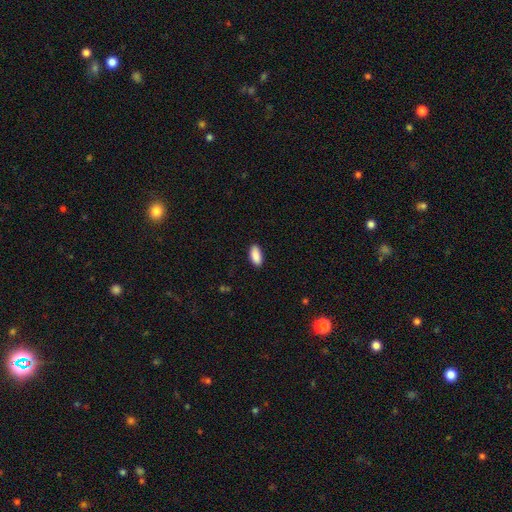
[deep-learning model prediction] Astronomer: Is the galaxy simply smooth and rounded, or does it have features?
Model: smooth — 90%.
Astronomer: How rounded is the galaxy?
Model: in between — 90%.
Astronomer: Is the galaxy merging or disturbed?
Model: none — 88%.